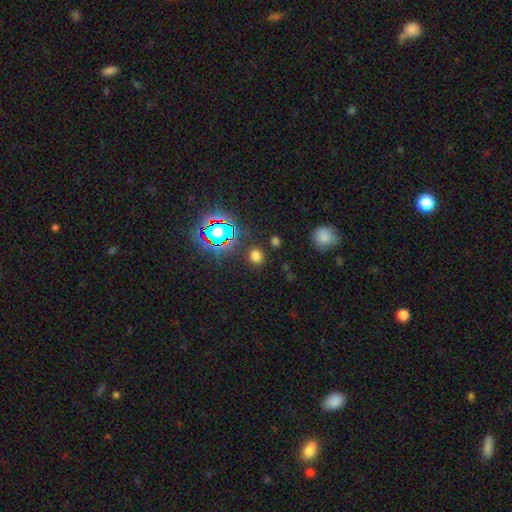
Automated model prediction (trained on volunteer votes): This is likely a smooth galaxy (67%). How rounded: clearly round (82%). Merging: clearly none (86%).